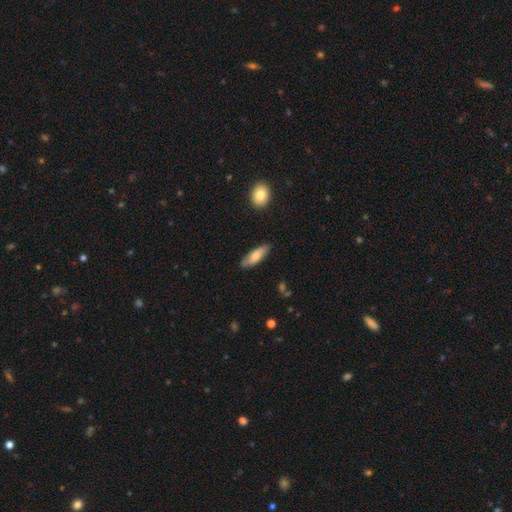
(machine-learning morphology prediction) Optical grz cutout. It shows a smooth galaxy with no disk features (73%) that is in between round and cigar-shaped (53%). Merging: none (81%).